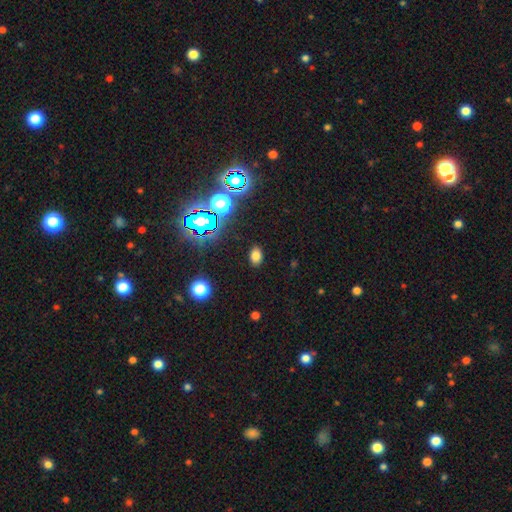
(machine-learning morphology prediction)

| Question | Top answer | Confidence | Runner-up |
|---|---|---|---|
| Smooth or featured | smooth | 72% | star or artifact (21%) |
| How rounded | in between | 81% | round (17%) |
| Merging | none | 87% | minor disturbance (9%) |